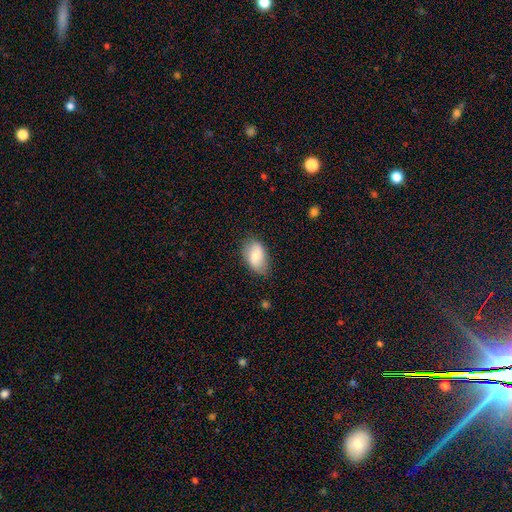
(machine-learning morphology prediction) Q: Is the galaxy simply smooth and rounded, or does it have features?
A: smooth — 74%.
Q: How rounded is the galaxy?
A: in between — 92%.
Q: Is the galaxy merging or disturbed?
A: none — 74%.